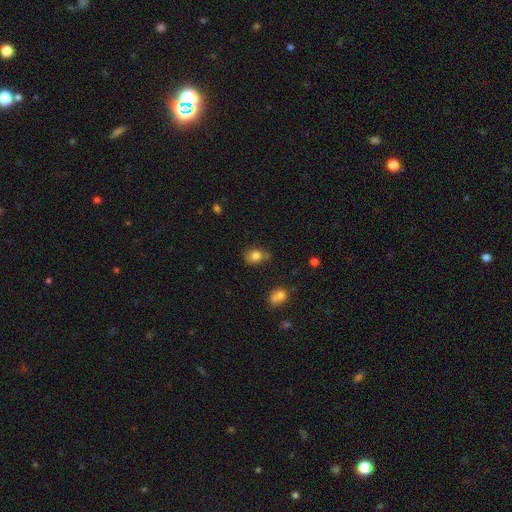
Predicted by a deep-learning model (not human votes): Morphology: type=smooth (81%); roundness=in between (55%); merging=none (59%).